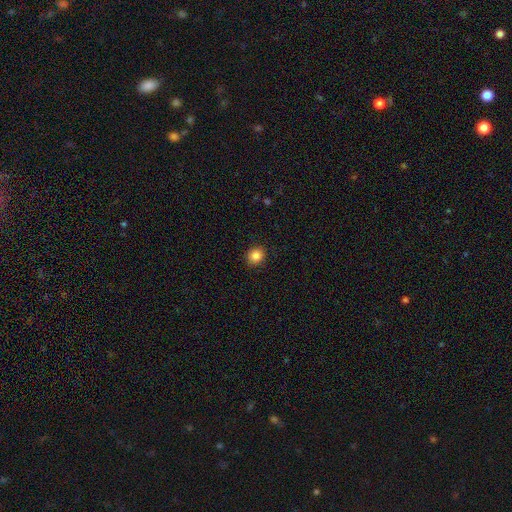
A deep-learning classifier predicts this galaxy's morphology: This is clearly a smooth galaxy (86%). How rounded: likely round (74%). Merging: clearly none (91%).